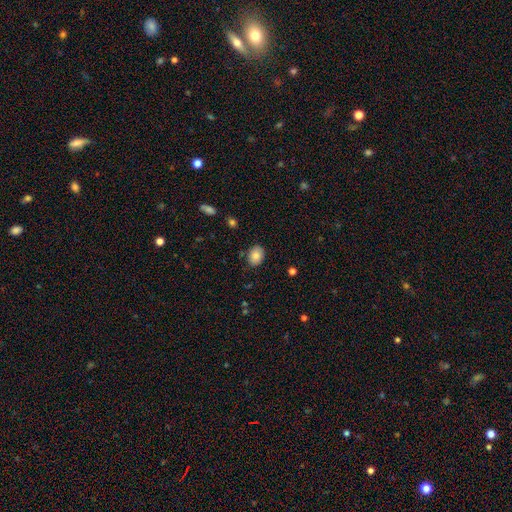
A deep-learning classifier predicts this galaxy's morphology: smooth 83%, featured or disk 9%, star or artifact 8%. Down the decision tree: how rounded — in between (63%); merging — none (80%).